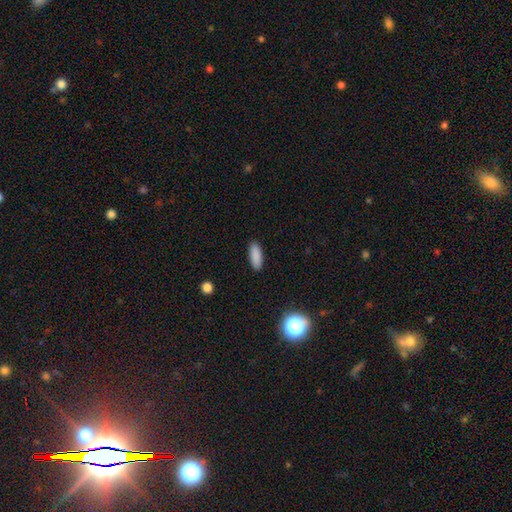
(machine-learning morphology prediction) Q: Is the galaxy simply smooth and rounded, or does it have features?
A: smooth — 88%.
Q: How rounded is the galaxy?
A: in between — 67%.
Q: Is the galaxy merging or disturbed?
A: none — 90%.